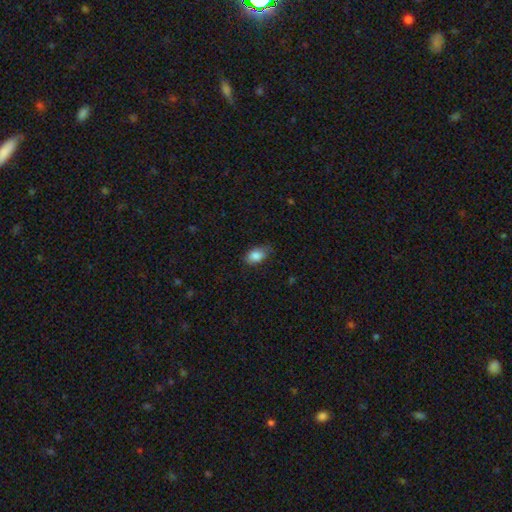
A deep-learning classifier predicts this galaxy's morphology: smooth 85%, star or artifact 8%, featured or disk 7%. Down the decision tree: how rounded — in between (88%); merging — none (67%).